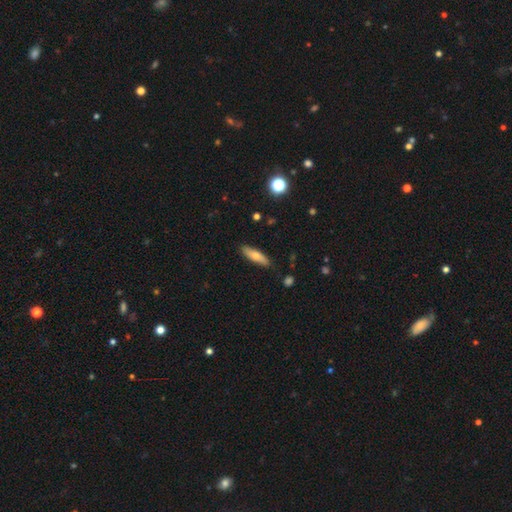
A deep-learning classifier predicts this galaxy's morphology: smooth_or_featured: smooth (p=0.71) [alt: featured or disk p=0.23]
how_rounded: cigar-shaped (p=0.61) [alt: in between p=0.36]
merging: none (p=0.85) [alt: minor disturbance p=0.12]